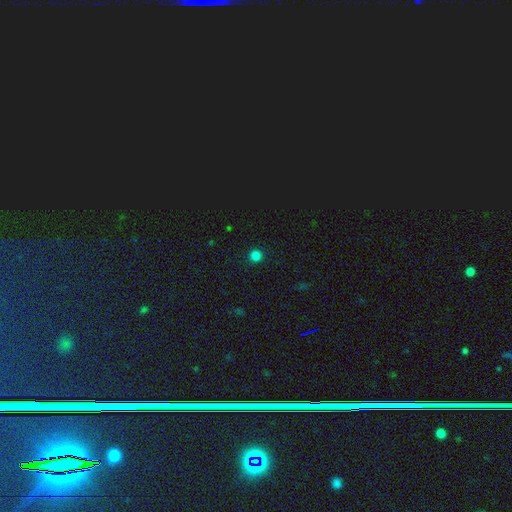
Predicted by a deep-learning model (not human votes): This is clearly a smooth galaxy (80%). How rounded: clearly round (95%). Merging: clearly none (92%).